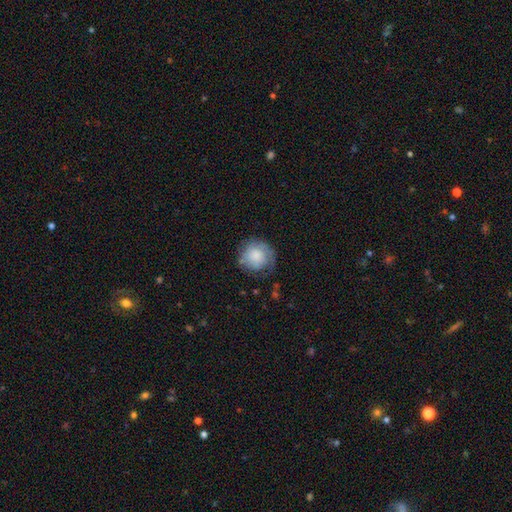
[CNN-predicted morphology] Q: Smooth or featured?
A: smooth (66%); runner-up: featured or disk (27%)
Q: How rounded?
A: round (88%); runner-up: in between (11%)
Q: Merging?
A: none (59%); runner-up: minor disturbance (25%)